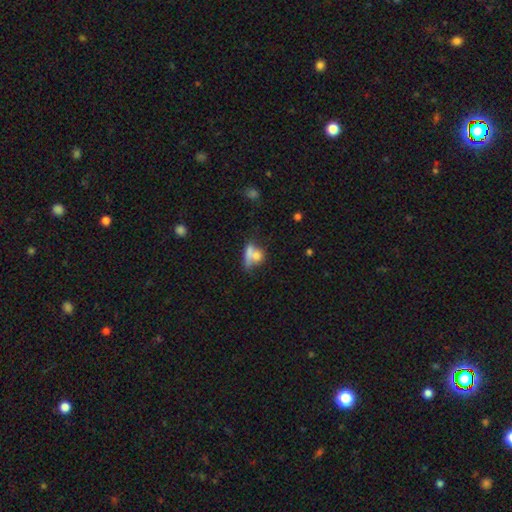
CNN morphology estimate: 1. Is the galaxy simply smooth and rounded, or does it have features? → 68% smooth, 21% featured or disk, 11% star or artifact.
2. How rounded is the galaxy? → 52% in between, 38% round, 10% cigar-shaped.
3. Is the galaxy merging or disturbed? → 54% merger, 27% none, 10% minor disturbance, 9% major disturbance.